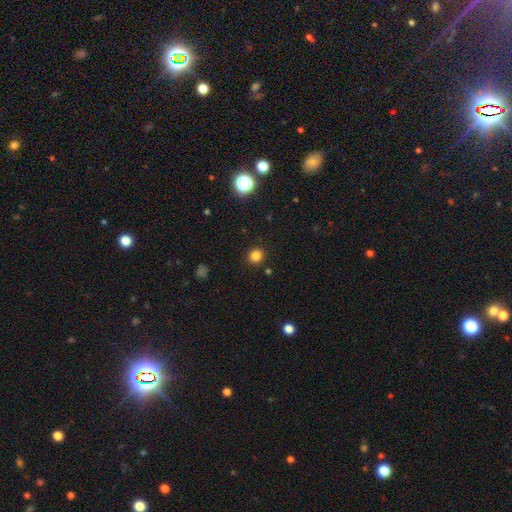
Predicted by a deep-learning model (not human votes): Smooth or featured? Predicted: smooth (p=0.82). How rounded? Predicted: round (p=0.89). Merging? Predicted: none (p=0.91).